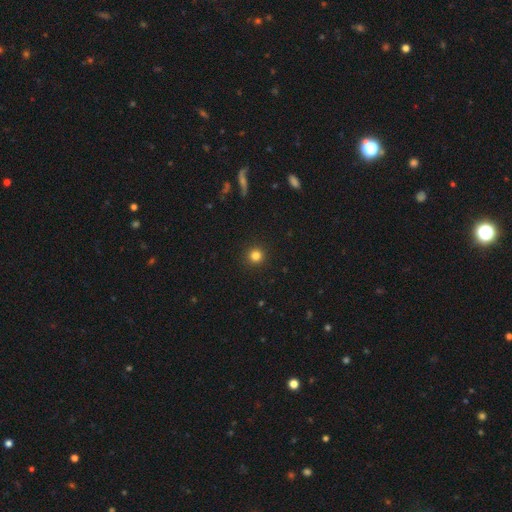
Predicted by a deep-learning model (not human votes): Smooth or featured: smooth — 82% (star or artifact — 13%)
How rounded: round — 95% (in between — 4%)
Merging: none — 93% (minor disturbance — 4%)